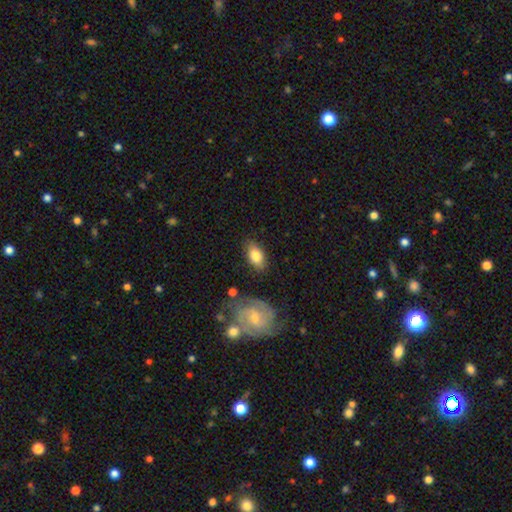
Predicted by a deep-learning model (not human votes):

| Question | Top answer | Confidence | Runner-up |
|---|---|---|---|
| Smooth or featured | smooth | 78% | featured or disk (16%) |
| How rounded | in between | 89% | round (7%) |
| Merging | none | 80% | minor disturbance (14%) |